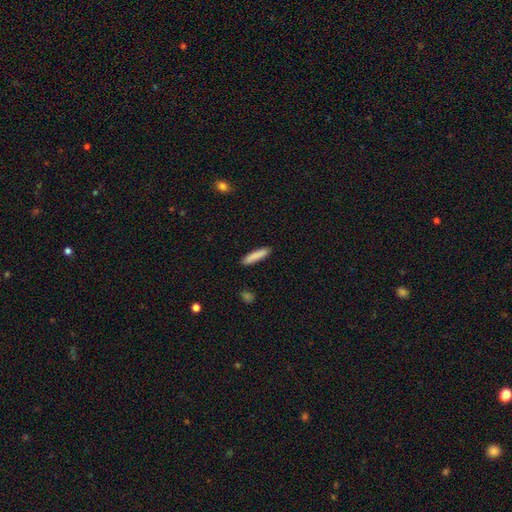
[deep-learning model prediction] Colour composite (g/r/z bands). It shows a smooth galaxy with no disk features (86%) that is cigar-shaped (86%). Merging: none (90%).